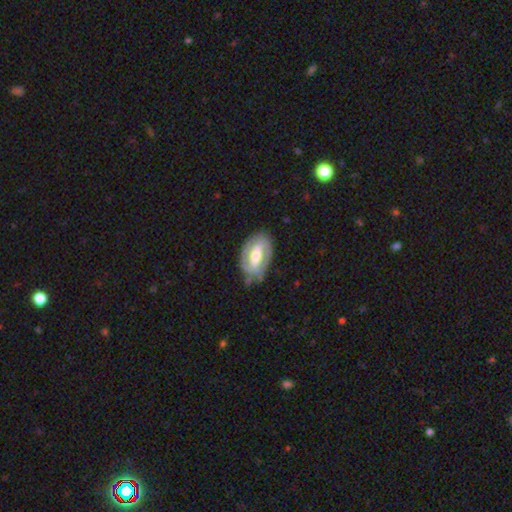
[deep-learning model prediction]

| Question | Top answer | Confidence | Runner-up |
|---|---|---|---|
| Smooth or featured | featured or disk | 73% | smooth (23%) |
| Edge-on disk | no | 94% | yes (6%) |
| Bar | strong | 45% | weak (36%) |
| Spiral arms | yes | 71% | no (29%) |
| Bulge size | moderate | 62% | large (19%) |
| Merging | none | 72% | minor disturbance (20%) |